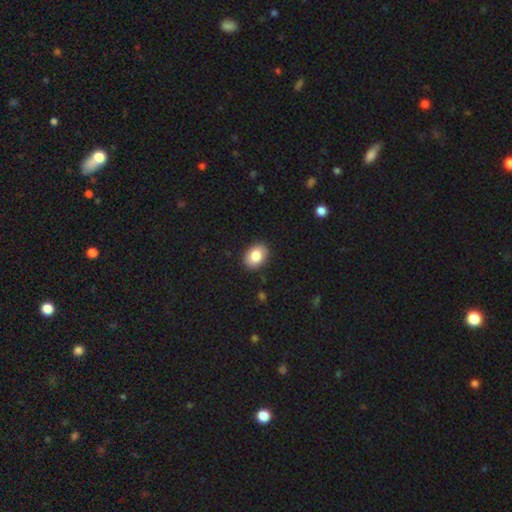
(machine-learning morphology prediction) A smooth galaxy with no disk features (85%) that is in between round and cigar-shaped (77%). Merging: none (89%).